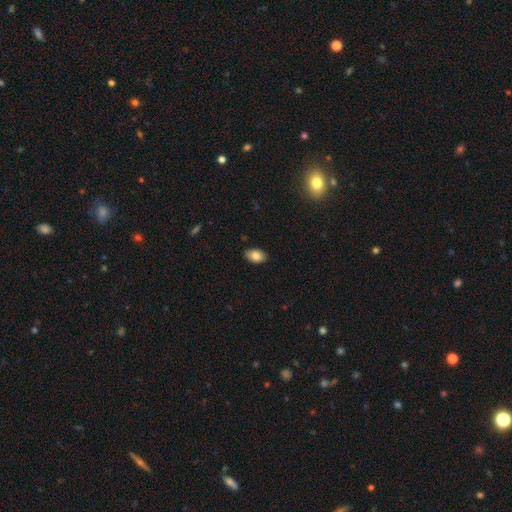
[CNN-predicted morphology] Q: Smooth or featured?
A: smooth (84%); runner-up: featured or disk (8%)
Q: How rounded?
A: in between (90%); runner-up: round (8%)
Q: Merging?
A: none (86%); runner-up: minor disturbance (11%)